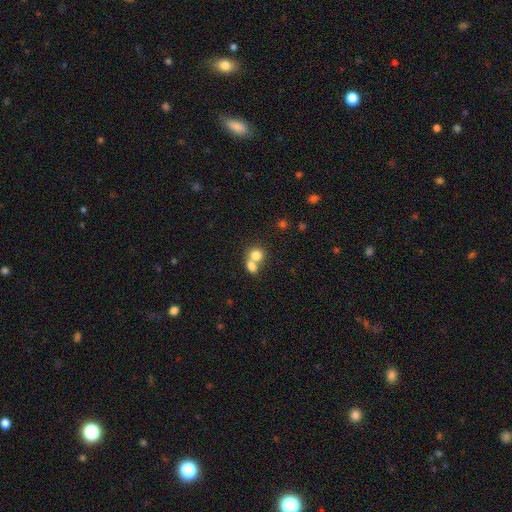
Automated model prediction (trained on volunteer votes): The model was most divided on "merging": merger: 62%, none: 29%, minor disturbance: 6%, major disturbance: 3%. More confident: smooth or featured — smooth (77%); how rounded — round (71%).